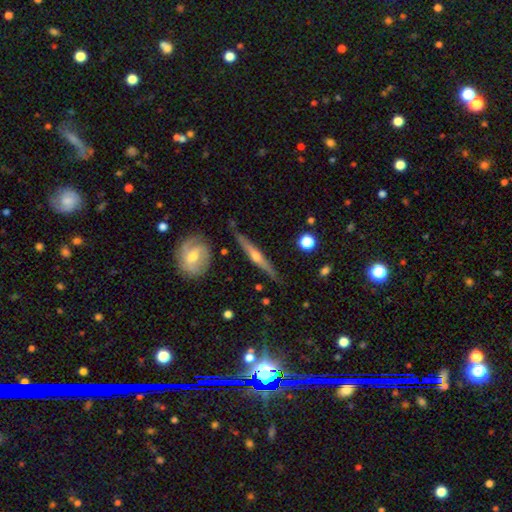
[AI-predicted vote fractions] featured or disk 76%, smooth 19%, star or artifact 5%. Down the decision tree: edge-on disk — yes (96%); edge-on bulge — rounded (87%); merging — none (83%).